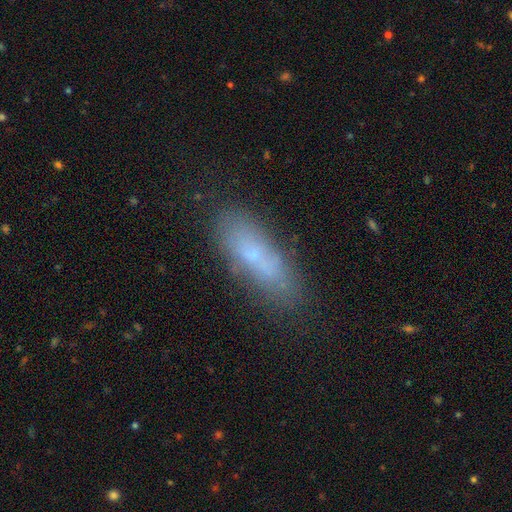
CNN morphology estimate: Smooth or featured? smooth (63%)
How rounded? in between (53%)
Merging? none (68%)